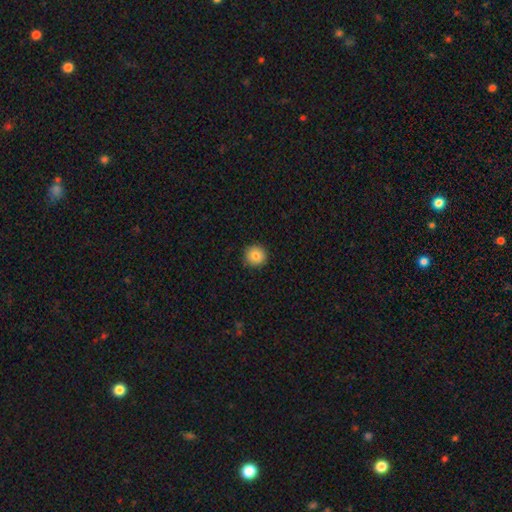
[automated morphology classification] type=smooth (83%); roundness=round (94%); merging=none (91%).